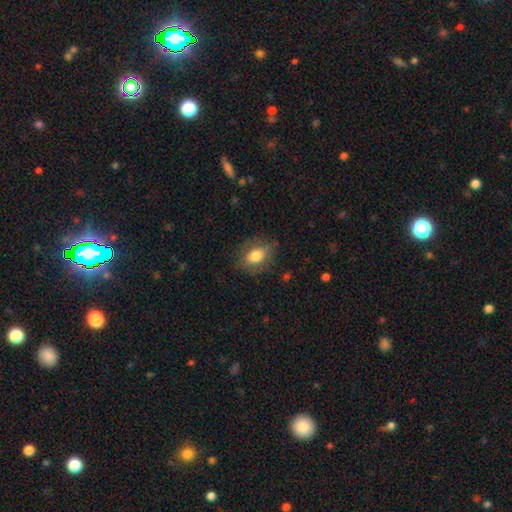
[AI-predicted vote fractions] This is likely a smooth galaxy (76%). How rounded: likely in between (74%). Merging: likely none (79%).